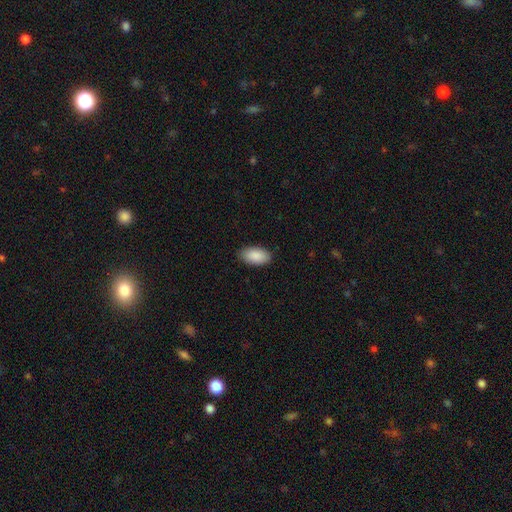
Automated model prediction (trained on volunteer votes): The model was most divided on "merging": none: 88%, minor disturbance: 9%, major disturbance: 2%, merger: 1%. More confident: how rounded — in between (95%); smooth or featured — smooth (90%).